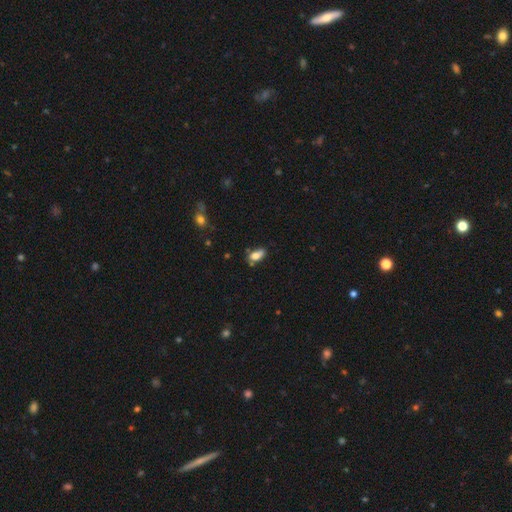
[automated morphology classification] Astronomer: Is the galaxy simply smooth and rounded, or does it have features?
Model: smooth — 76%.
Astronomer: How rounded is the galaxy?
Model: in between — 87%.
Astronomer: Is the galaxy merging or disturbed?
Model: none — 55%.